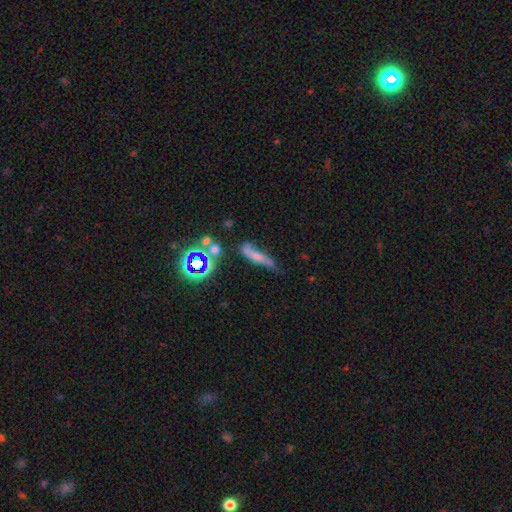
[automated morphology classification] A smooth galaxy with no disk features (46%). Merging: none (41%).